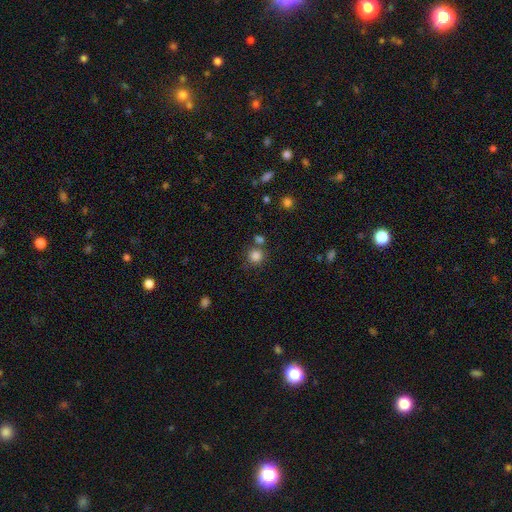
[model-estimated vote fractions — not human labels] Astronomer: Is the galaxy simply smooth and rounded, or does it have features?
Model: smooth — 83%.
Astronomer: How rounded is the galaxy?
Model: round — 91%.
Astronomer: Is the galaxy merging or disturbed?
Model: none — 69%.